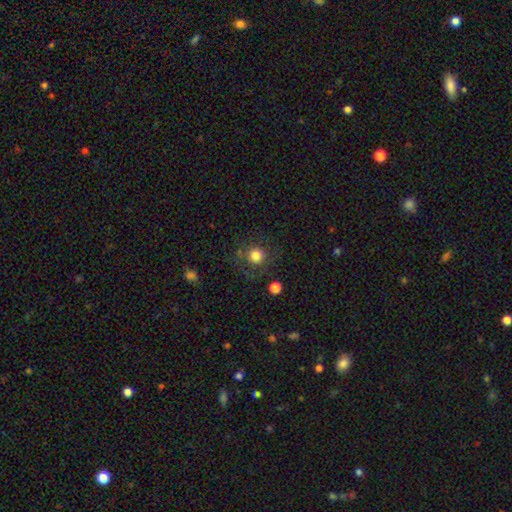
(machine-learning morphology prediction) A smooth galaxy with no disk features (77%) that is round (93%). Merging: none (77%).